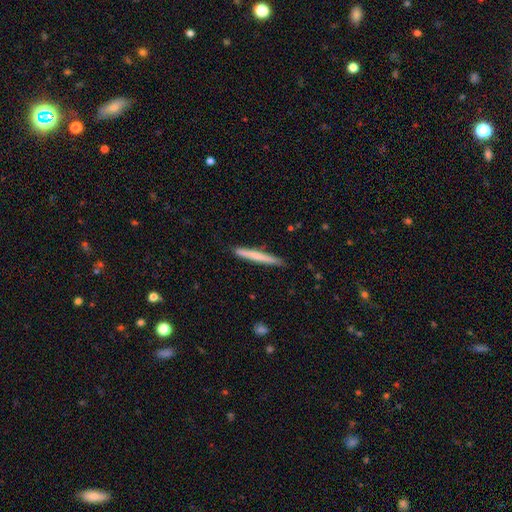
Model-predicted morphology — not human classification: smooth-or-featured: smooth: 65% | featured or disk: 30% | star or artifact: 5%
  how-rounded: cigar-shaped: 97% | in between: 2% | round: 1%
  merging: none: 89% | minor disturbance: 8% | major disturbance: 1% | merger: 1%